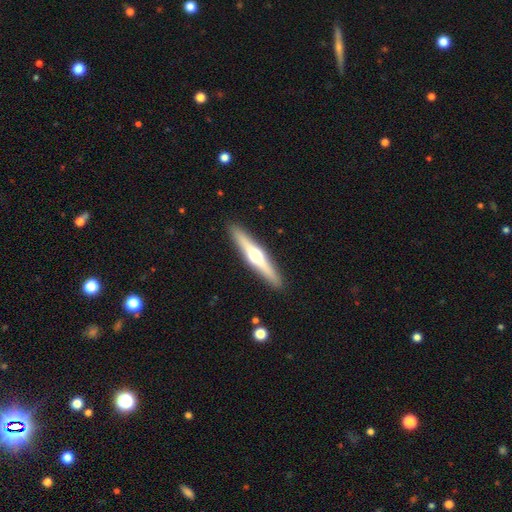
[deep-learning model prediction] featured or disk 64%, smooth 31%, star or artifact 5%. Down the decision tree: edge-on disk — yes (97%); edge-on bulge — rounded (94%); merging — none (91%).